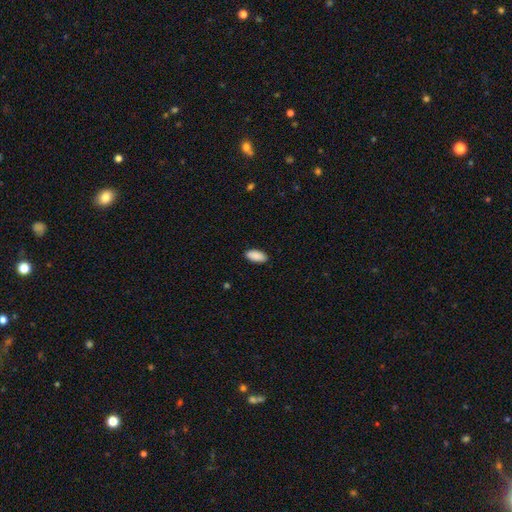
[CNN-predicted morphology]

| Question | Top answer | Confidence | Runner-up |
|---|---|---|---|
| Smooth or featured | smooth | 91% | star or artifact (6%) |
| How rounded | in between | 89% | cigar-shaped (9%) |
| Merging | none | 90% | minor disturbance (8%) |